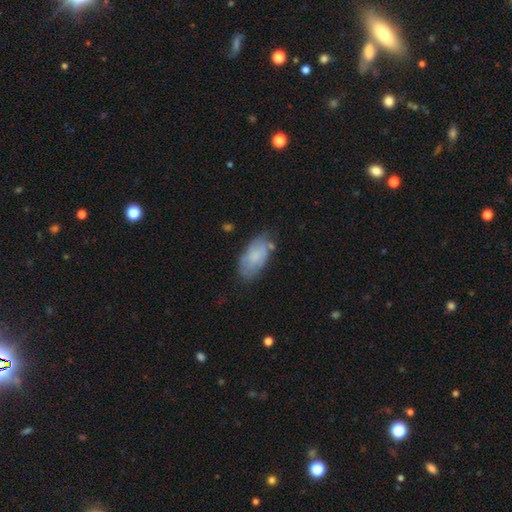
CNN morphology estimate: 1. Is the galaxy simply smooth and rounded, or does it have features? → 67% smooth, 26% featured or disk, 8% star or artifact.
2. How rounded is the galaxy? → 93% in between, 4% cigar-shaped, 3% round.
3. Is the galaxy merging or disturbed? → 62% none, 27% minor disturbance, 8% major disturbance, 4% merger.